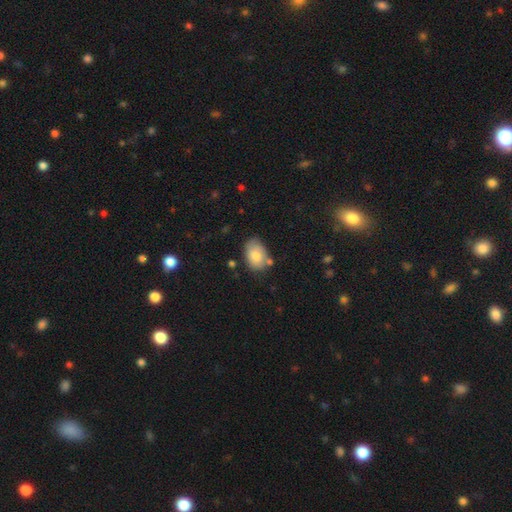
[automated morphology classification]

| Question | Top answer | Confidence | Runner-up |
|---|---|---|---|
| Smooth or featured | smooth | 77% | featured or disk (15%) |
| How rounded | in between | 82% | round (17%) |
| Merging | none | 60% | minor disturbance (26%) |